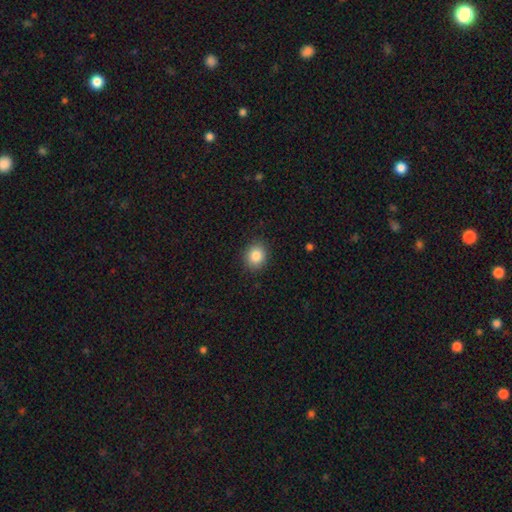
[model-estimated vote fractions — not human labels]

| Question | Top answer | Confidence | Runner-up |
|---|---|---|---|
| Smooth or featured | smooth | 85% | star or artifact (10%) |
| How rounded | round | 70% | in between (29%) |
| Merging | none | 89% | minor disturbance (8%) |